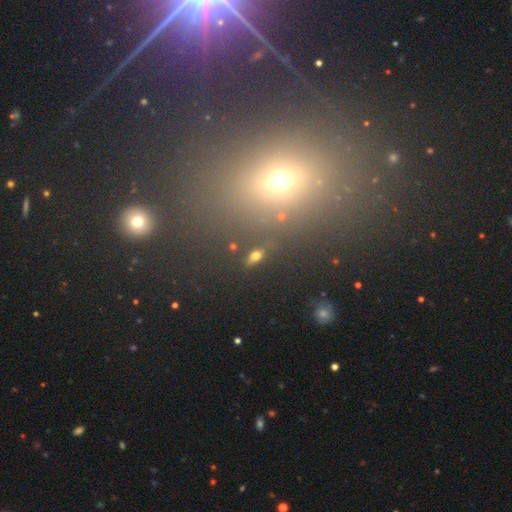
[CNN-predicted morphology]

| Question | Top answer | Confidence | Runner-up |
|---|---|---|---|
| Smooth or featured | smooth | 47% | star or artifact (40%) |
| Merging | none | 78% | minor disturbance (9%) |